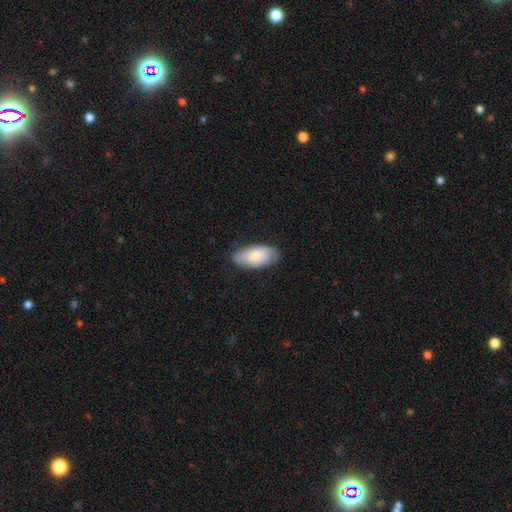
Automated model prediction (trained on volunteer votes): smooth_or_featured: smooth (p=0.75) [alt: featured or disk p=0.19]
how_rounded: in between (p=0.93) [alt: cigar-shaped p=0.05]
merging: none (p=0.79) [alt: minor disturbance p=0.17]